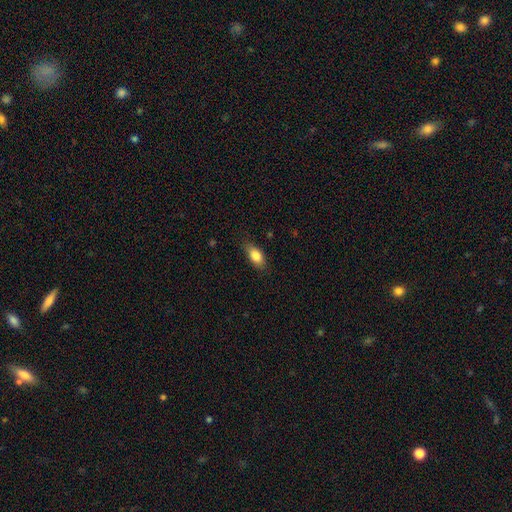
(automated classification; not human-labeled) This appears to be a smooth galaxy with no disk features (82%) that is in between round and cigar-shaped (84%). Merging: none (79%).